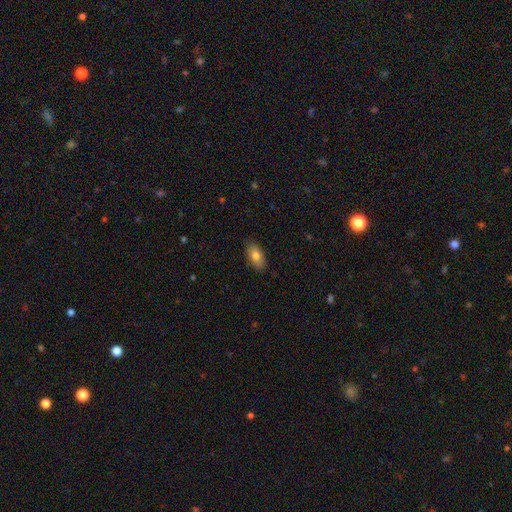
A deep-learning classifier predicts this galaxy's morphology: This appears to be a smooth galaxy with no disk features (79%) that is in between round and cigar-shaped (91%). Merging: none (87%).